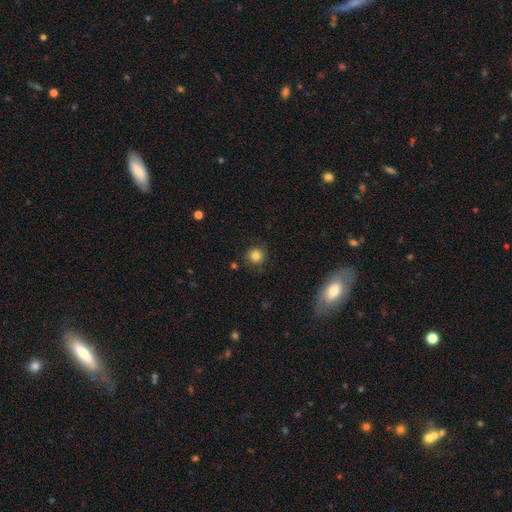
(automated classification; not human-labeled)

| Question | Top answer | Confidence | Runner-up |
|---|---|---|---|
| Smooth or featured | smooth | 82% | star or artifact (12%) |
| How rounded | round | 93% | in between (6%) |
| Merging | none | 86% | minor disturbance (9%) |